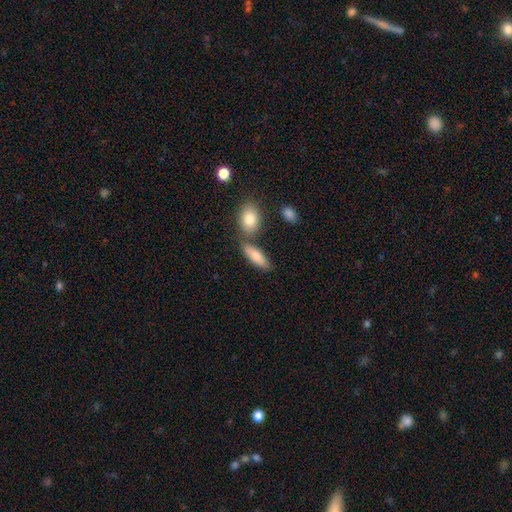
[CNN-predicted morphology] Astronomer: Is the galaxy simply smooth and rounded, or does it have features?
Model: smooth — 80%.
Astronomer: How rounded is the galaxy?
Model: in between — 64%.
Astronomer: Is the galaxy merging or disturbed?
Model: none — 63%.